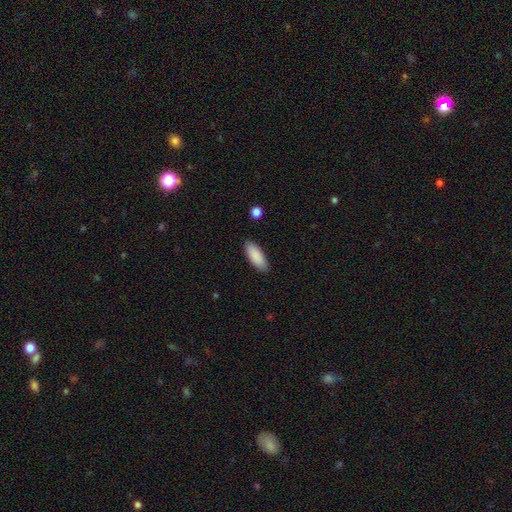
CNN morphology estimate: The model was most divided on "how rounded": in between: 75%, cigar-shaped: 23%, round: 2%. More confident: smooth or featured — smooth (89%); merging — none (87%).